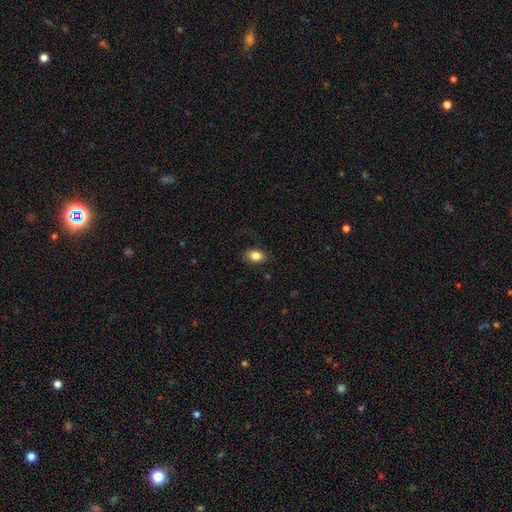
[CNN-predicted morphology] A smooth galaxy with no disk features (82%) that is in between round and cigar-shaped (86%).

Vote fractions:
- Smooth or featured? smooth: 82% / featured or disk: 9% / star or artifact: 8%
- How rounded? in between: 86% / round: 12% / cigar-shaped: 2%
- Merging? none: 81% / minor disturbance: 14% / major disturbance: 4% / merger: 1%